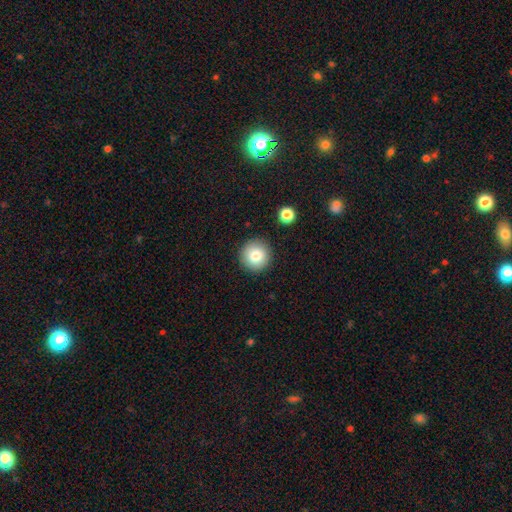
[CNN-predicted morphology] Smooth or featured?
  - smooth: 80% *
  - star or artifact: 10%
  - featured or disk: 10%
How rounded?
  - round: 95% *
  - in between: 4%
  - cigar-shaped: 1%
Merging?
  - none: 90% *
  - minor disturbance: 6%
  - merger: 2%
  - major disturbance: 2%